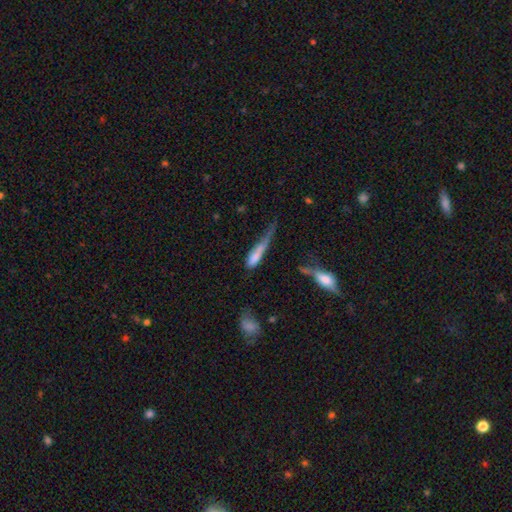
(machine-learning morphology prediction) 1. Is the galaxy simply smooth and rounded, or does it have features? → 68% smooth, 24% featured or disk, 8% star or artifact.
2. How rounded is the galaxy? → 65% cigar-shaped, 32% in between, 3% round.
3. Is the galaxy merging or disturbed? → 40% major disturbance, 28% minor disturbance, 20% none, 12% merger.